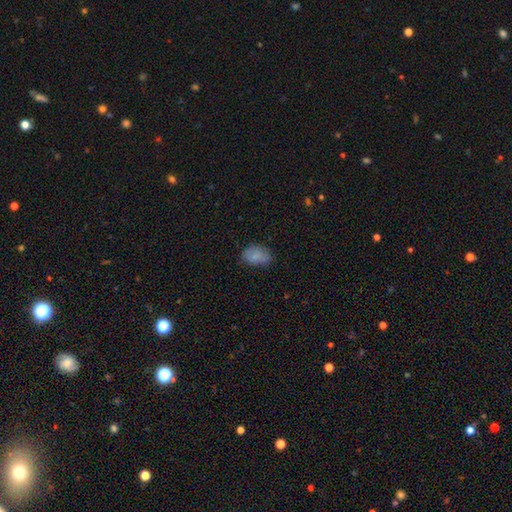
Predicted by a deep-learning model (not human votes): smooth 82%, featured or disk 9%, star or artifact 9%. Down the decision tree: how rounded — in between (86%); merging — none (70%).